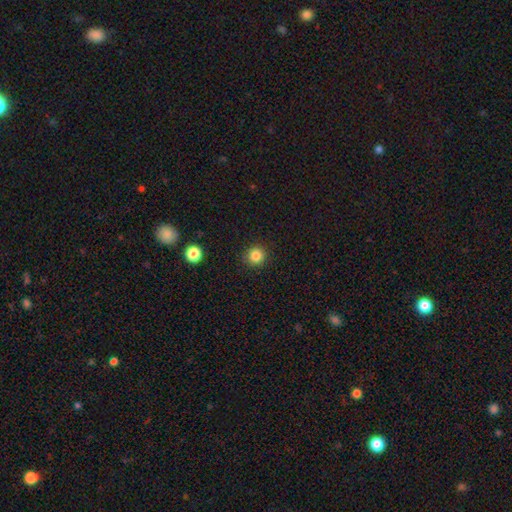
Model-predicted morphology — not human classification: type=smooth (84%); roundness=round (94%); merging=none (92%).